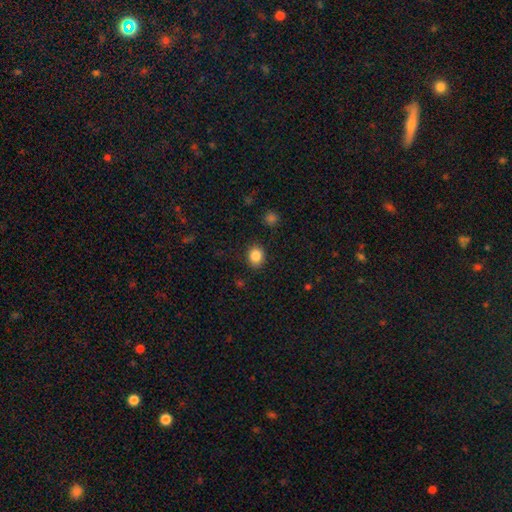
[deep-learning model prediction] Smooth or featured? smooth (85%)
How rounded? round (66%)
Merging? none (89%)